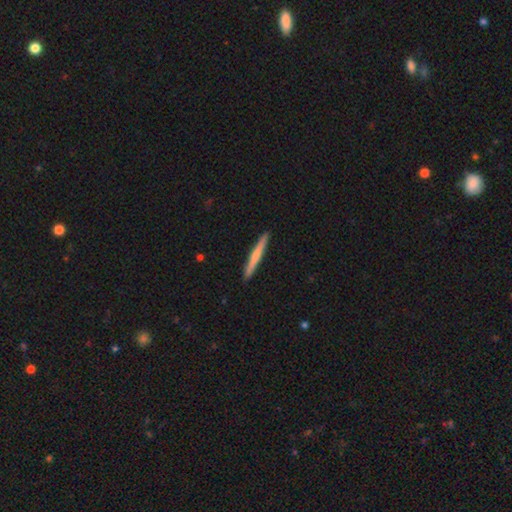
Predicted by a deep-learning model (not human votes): This is possibly a smooth galaxy (58%). How rounded: clearly cigar-shaped (97%). Merging: clearly none (92%).